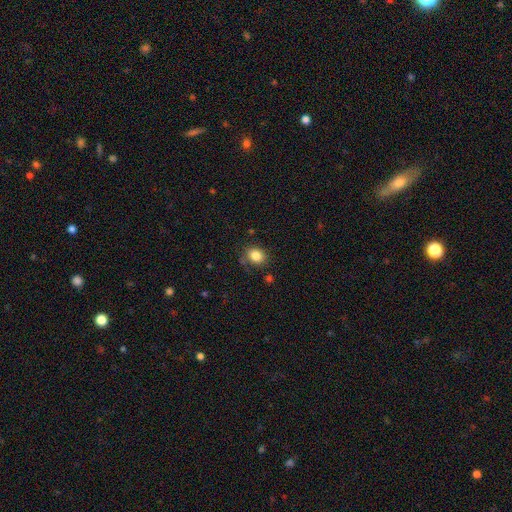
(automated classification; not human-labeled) This appears to be a smooth galaxy with no disk features (84%) that is round (51%). Merging: none (79%).